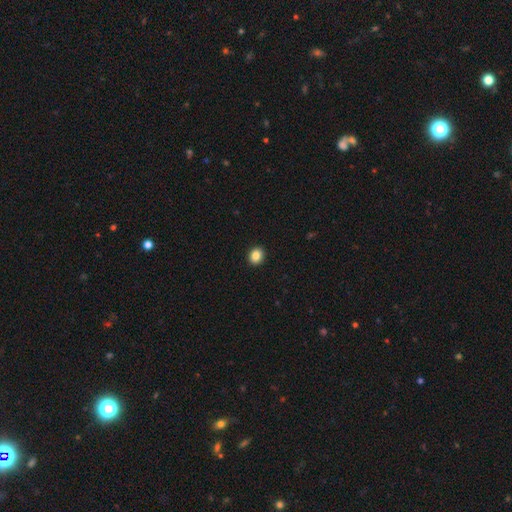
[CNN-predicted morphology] Overall: smooth (86%). How rounded: round (67%; in between 32%). Merging: none (93%).